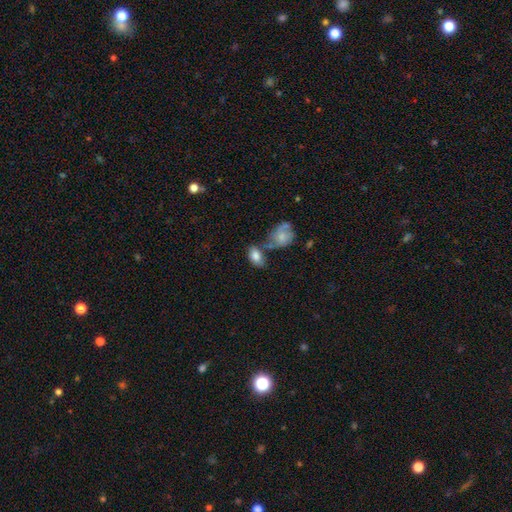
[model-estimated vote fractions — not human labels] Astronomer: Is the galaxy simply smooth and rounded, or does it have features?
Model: smooth — 82%.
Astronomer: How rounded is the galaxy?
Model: in between — 88%.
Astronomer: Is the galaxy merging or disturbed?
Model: none — 52%.